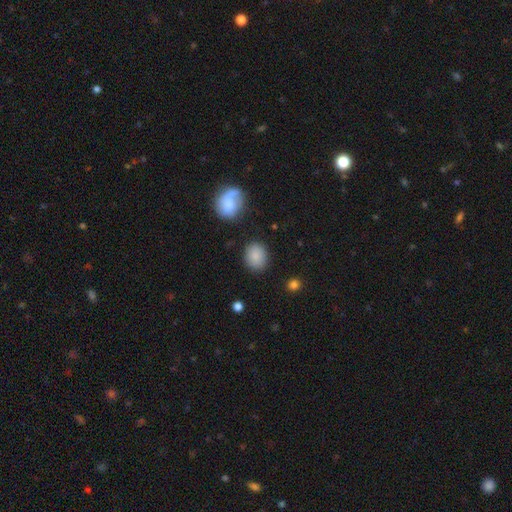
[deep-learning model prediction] Q: Smooth or featured?
A: smooth (86%); runner-up: star or artifact (8%)
Q: How rounded?
A: round (62%); runner-up: in between (37%)
Q: Merging?
A: none (85%); runner-up: minor disturbance (10%)